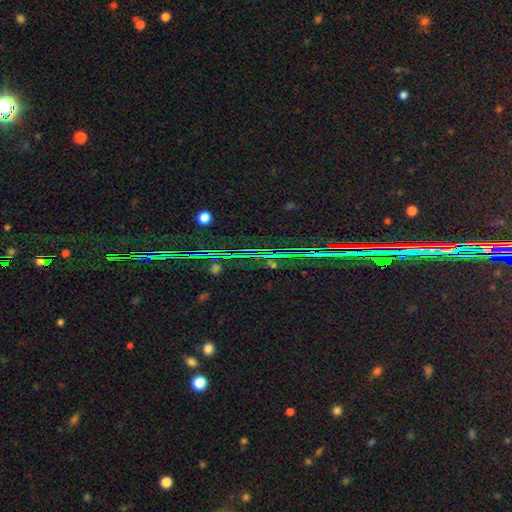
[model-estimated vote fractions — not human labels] Q: Smooth or featured?
A: star or artifact (87%); runner-up: featured or disk (7%)